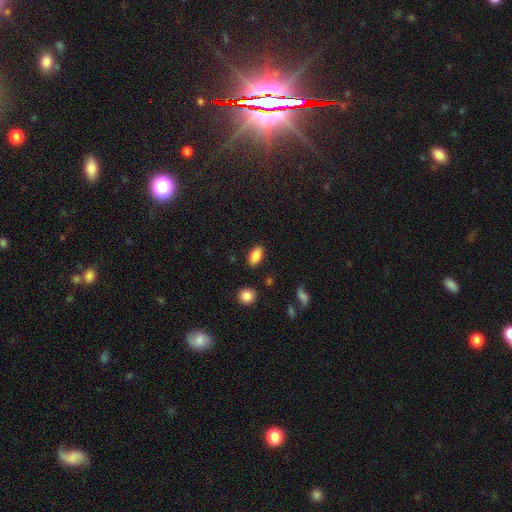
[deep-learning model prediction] The model was most divided on "merging": none: 86%, minor disturbance: 9%, major disturbance: 2%, merger: 2%. More confident: how rounded — in between (91%); smooth or featured — smooth (86%).